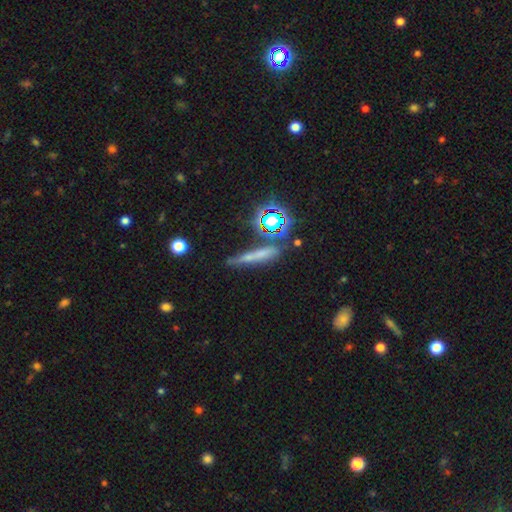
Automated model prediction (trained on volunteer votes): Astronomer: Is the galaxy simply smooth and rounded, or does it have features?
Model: smooth — 49% (runner-up: star or artifact, 27%).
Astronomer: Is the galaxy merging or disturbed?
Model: none — 70%.